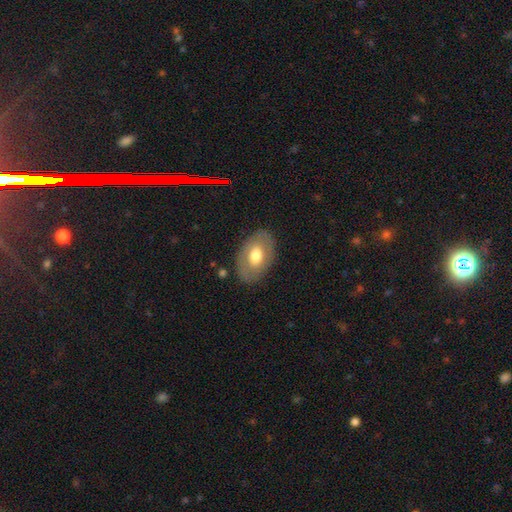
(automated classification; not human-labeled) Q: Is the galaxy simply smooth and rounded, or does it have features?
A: smooth — 60%.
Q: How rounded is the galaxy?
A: in between — 87%.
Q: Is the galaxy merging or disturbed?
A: none — 83%.